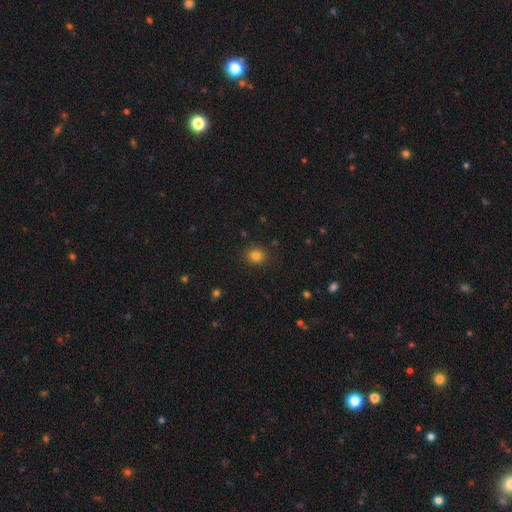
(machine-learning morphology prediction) The model was most divided on "how rounded": round: 80%, in between: 19%, cigar-shaped: 1%. More confident: merging — none (89%); smooth or featured — smooth (82%).